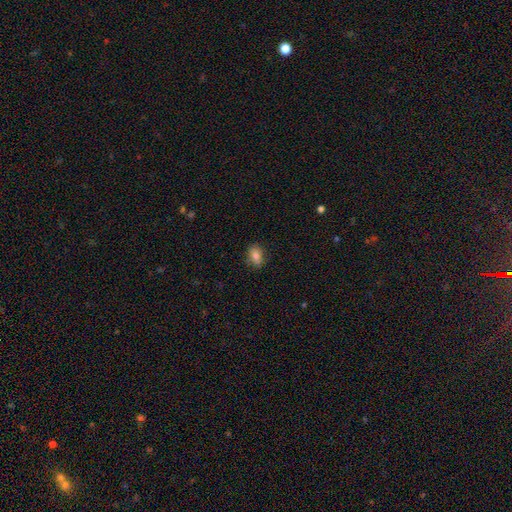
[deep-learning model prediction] Q: Smooth or featured?
A: smooth (78%); runner-up: featured or disk (12%)
Q: How rounded?
A: in between (75%); runner-up: round (23%)
Q: Merging?
A: none (84%); runner-up: minor disturbance (13%)